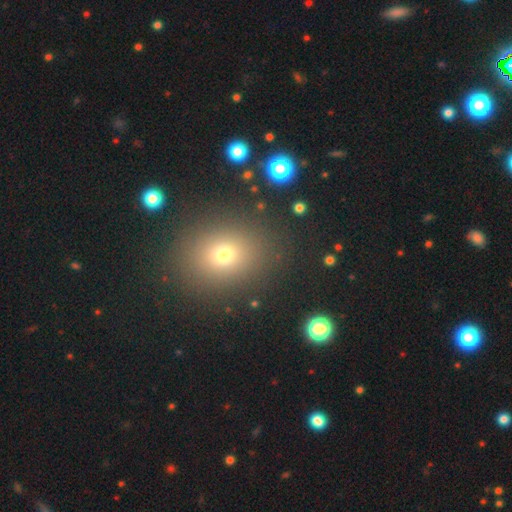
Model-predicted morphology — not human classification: smooth 67%, star or artifact 24%, featured or disk 9%. Down the decision tree: how rounded — round (62%); merging — none (88%).